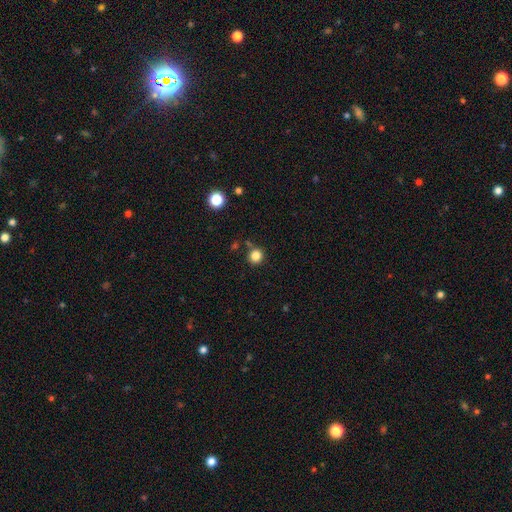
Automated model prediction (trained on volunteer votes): Smooth or featured: smooth — 83% (star or artifact — 12%)
How rounded: round — 92% (in between — 7%)
Merging: none — 82% (minor disturbance — 9%)